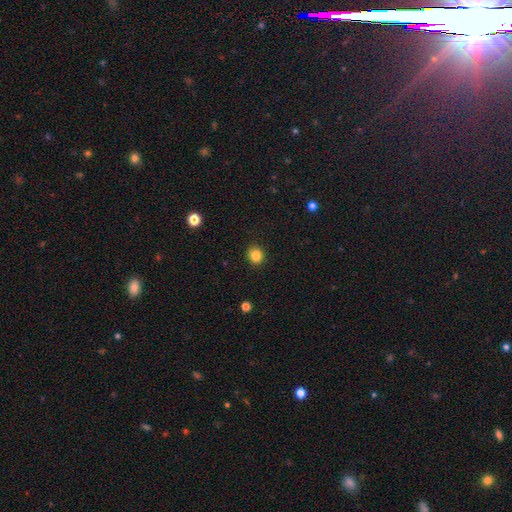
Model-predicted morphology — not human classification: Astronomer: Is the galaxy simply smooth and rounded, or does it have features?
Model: smooth — 85%.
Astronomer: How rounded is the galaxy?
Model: round — 84%.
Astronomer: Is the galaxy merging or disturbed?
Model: none — 90%.